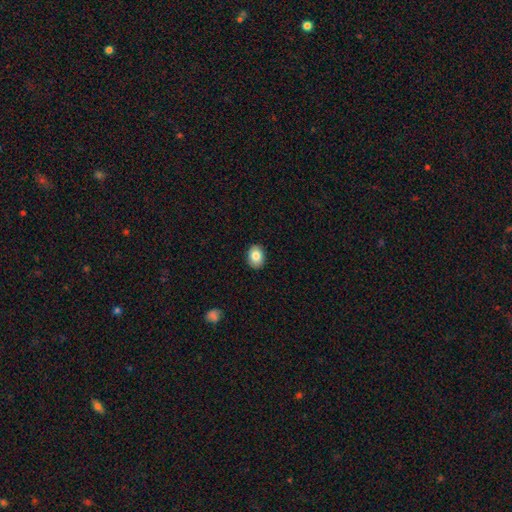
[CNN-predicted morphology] smooth-or-featured: smooth: 85% | star or artifact: 8% | featured or disk: 7%
  how-rounded: in between: 65% | round: 34% | cigar-shaped: 1%
  merging: none: 90% | minor disturbance: 7% | major disturbance: 2% | merger: 1%